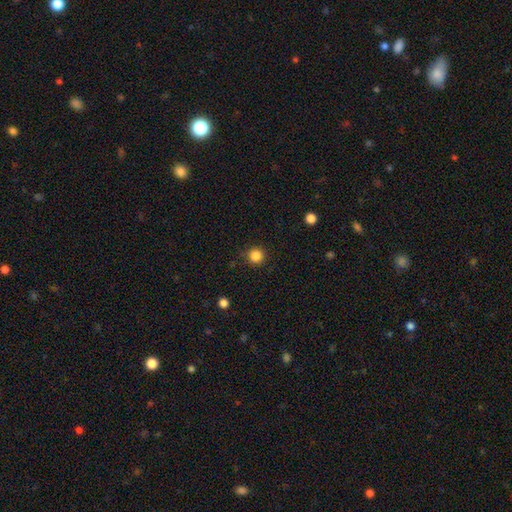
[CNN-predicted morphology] This appears to be a smooth galaxy with no disk features (85%) that is round (95%). Merging: none (89%).